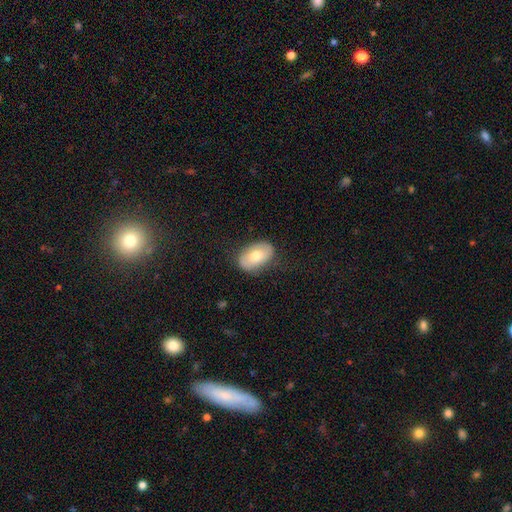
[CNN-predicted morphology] Smooth or featured? Predicted: smooth (p=0.64). How rounded? Predicted: in between (p=0.89). Merging? Predicted: none (p=0.79).